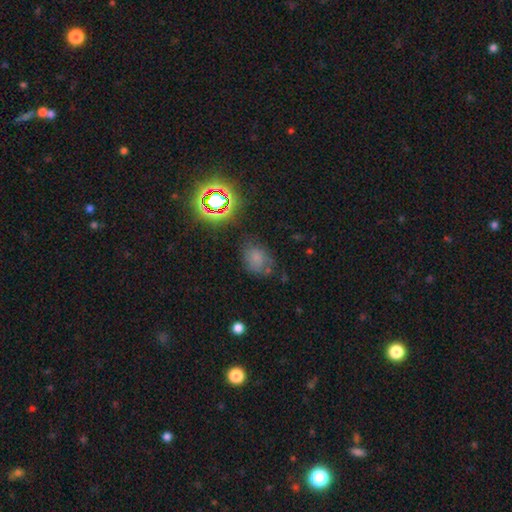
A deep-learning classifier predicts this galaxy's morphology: Q: Smooth or featured?
A: smooth (50%); runner-up: star or artifact (32%)
Q: Merging?
A: none (62%); runner-up: minor disturbance (25%)